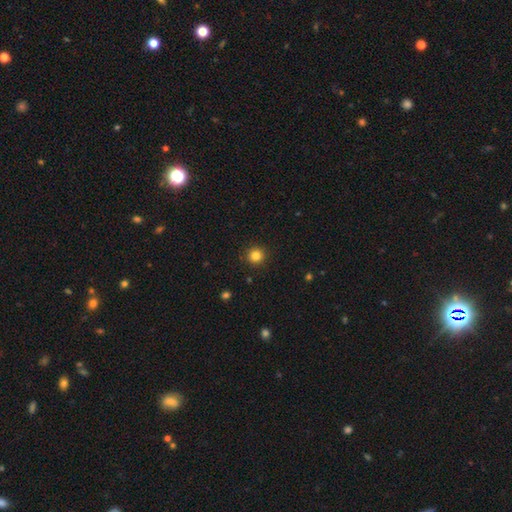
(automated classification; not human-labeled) Smooth or featured: smooth — 83% (star or artifact — 12%)
How rounded: round — 95% (in between — 4%)
Merging: none — 92% (minor disturbance — 5%)